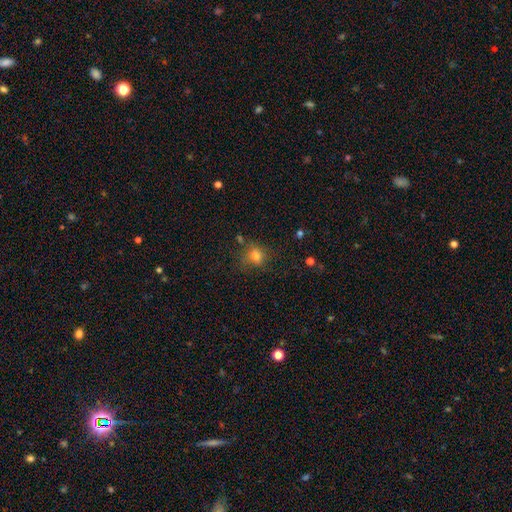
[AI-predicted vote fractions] Morphology: type=smooth (76%); roundness=round (69%); merging=none (66%).